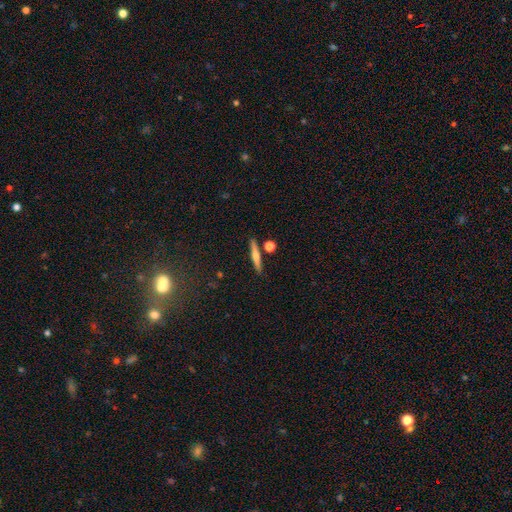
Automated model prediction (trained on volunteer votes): Smooth or featured? smooth (51%)
How rounded? cigar-shaped (89%)
Merging? none (84%)